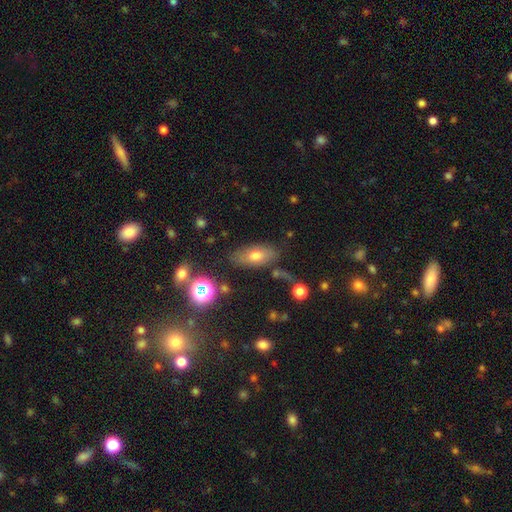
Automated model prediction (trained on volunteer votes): Smooth or featured?
  - smooth: 64% *
  - featured or disk: 21%
  - star or artifact: 15%
How rounded?
  - in between: 84% *
  - cigar-shaped: 10%
  - round: 7%
Merging?
  - none: 76% *
  - minor disturbance: 15%
  - major disturbance: 5%
  - merger: 5%